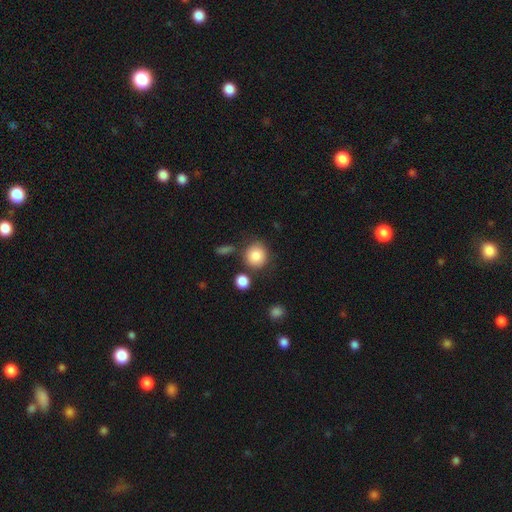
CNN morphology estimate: type=smooth (85%); roundness=round (88%); merging=none (75%).